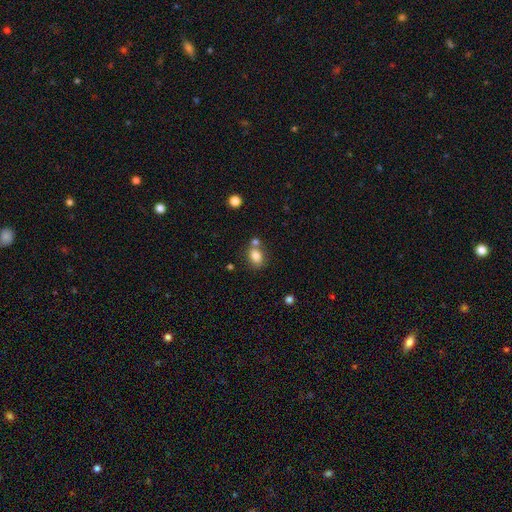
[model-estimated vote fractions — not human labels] This is clearly a smooth galaxy (82%). How rounded: likely in between (69%). Merging: possibly none (59%).